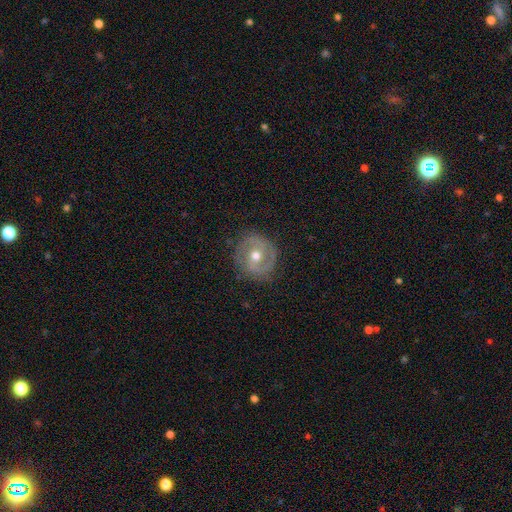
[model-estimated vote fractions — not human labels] Smooth or featured?
  - featured or disk: 75% *
  - smooth: 18%
  - star or artifact: 7%
Edge-on disk?
  - no: 96% *
  - yes: 4%
Bar?
  - no: 51% *
  - weak: 36%
  - strong: 13%
Spiral arms?
  - yes: 80% *
  - no: 20%
Spiral winding?
  - tight: 47% *
  - medium: 39%
  - loose: 14%
Spiral arm count?
  - 2: 77% *
  - can't tell: 12%
  - 3: 4%
  - 1: 4%
  - 4: 2%
  - more than 4: 2%
Bulge size?
  - moderate: 79% *
  - small: 13%
  - large: 6%
  - dominant: 1%
  - none: 1%
Merging?
  - none: 83% *
  - minor disturbance: 12%
  - major disturbance: 4%
  - merger: 1%